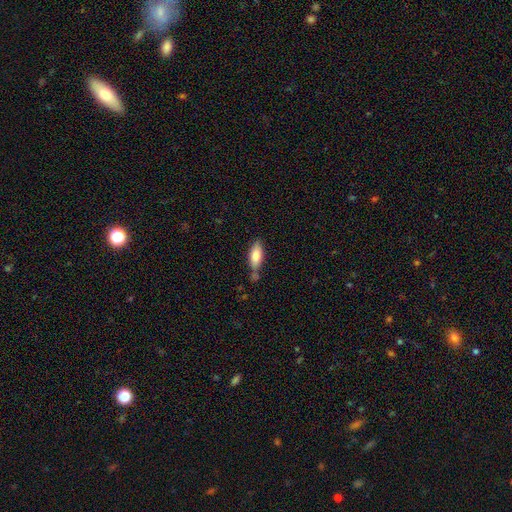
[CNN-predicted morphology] Smooth or featured: smooth — 78% (featured or disk — 16%)
How rounded: in between — 73% (cigar-shaped — 24%)
Merging: none — 61% (minor disturbance — 20%)